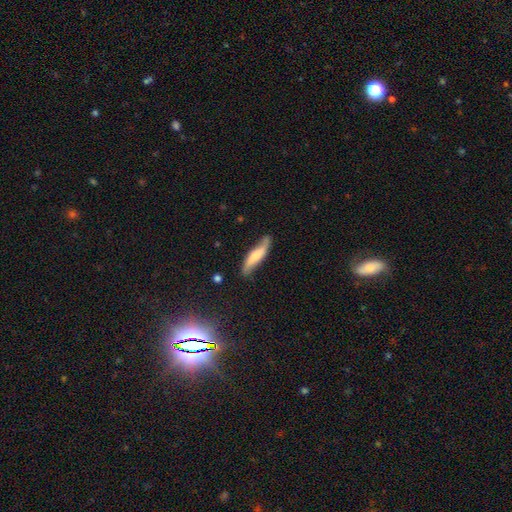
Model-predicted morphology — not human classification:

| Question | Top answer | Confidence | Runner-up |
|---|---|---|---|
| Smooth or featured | featured or disk | 50% | smooth (44%) |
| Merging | none | 71% | minor disturbance (22%) |